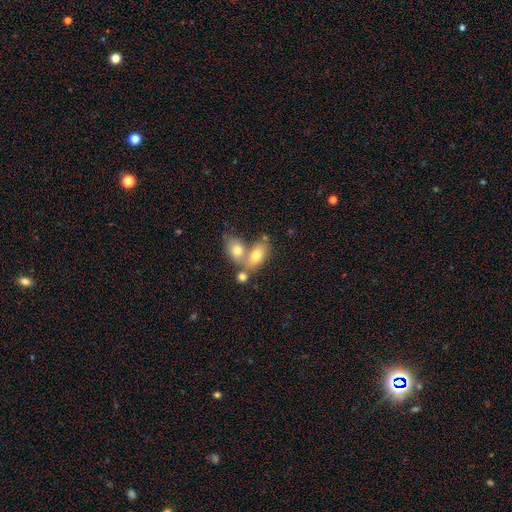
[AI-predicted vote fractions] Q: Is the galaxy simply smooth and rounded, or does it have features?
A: smooth — 70%.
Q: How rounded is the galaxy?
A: in between — 85%.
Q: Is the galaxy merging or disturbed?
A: merger — 59%.